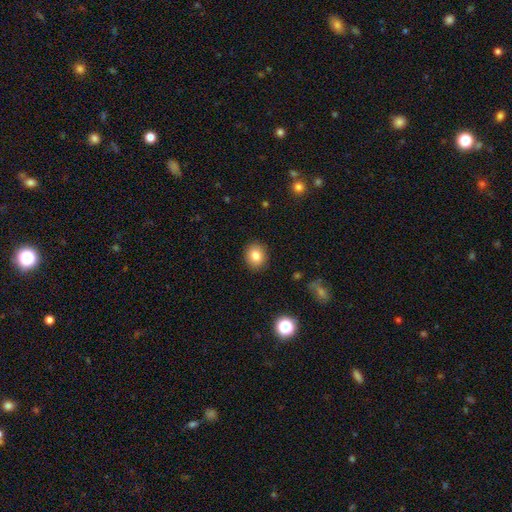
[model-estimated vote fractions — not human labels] Morphology: type=smooth (83%); roundness=round (70%); merging=none (90%).